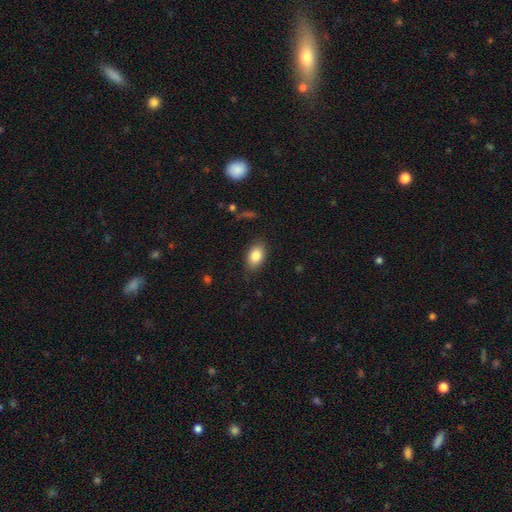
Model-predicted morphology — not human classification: type=smooth (84%); roundness=in between (87%); merging=none (83%).